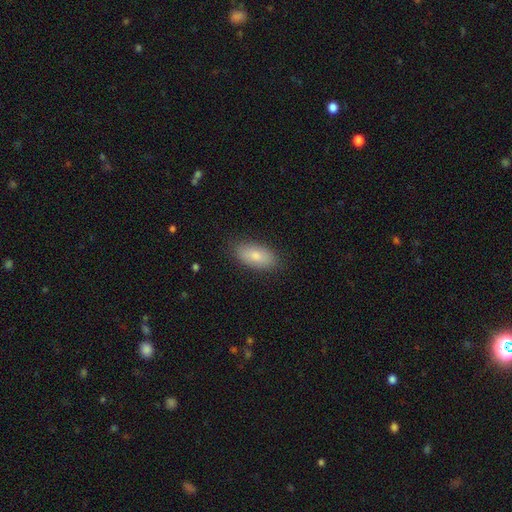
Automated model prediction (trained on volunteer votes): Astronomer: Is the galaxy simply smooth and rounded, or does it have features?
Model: smooth — 81%.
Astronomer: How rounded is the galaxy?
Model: in between — 90%.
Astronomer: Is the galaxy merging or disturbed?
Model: none — 86%.